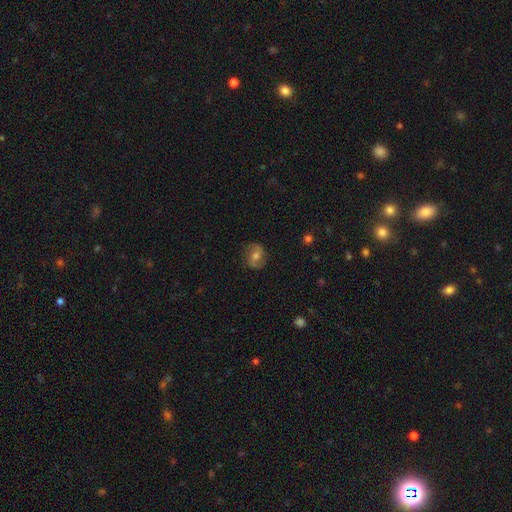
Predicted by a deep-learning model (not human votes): A featured or disk galaxy (60%) with no bar (44%), spiral arms (86%) and a moderate central bulge (67%).

Vote fractions:
- Smooth or featured? featured or disk: 60% / smooth: 30% / star or artifact: 10%
- Edge-on disk? no: 96% / yes: 4%
- Bar? no: 44% / weak: 39% / strong: 17%
- Spiral arms? yes: 86% / no: 14%
- Bulge size? moderate: 67% / small: 25% / large: 5% / none: 2% / dominant: 1%
- Merging? none: 82% / minor disturbance: 13% / major disturbance: 4% / merger: 1%